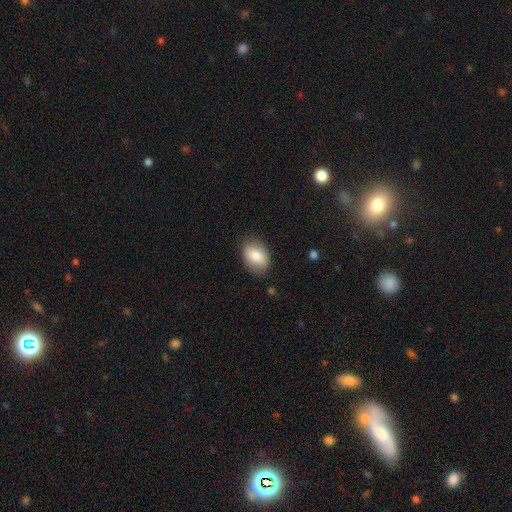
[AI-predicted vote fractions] smooth_or_featured: smooth (p=0.82) [alt: featured or disk p=0.11]
how_rounded: in between (p=0.84) [alt: round p=0.15]
merging: none (p=0.81) [alt: minor disturbance p=0.15]